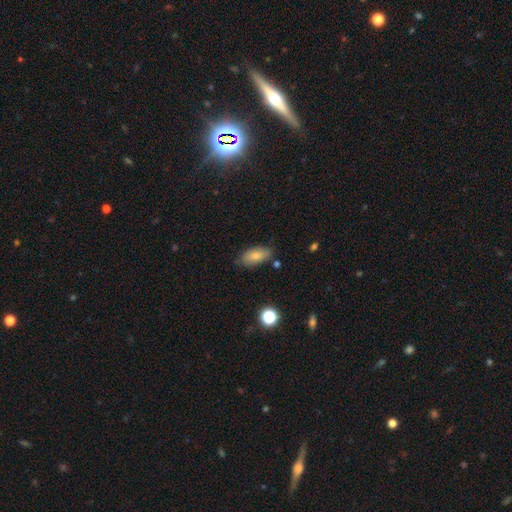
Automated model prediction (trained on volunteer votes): Q: Smooth or featured?
A: smooth (79%); runner-up: featured or disk (13%)
Q: How rounded?
A: in between (88%); runner-up: cigar-shaped (8%)
Q: Merging?
A: none (75%); runner-up: minor disturbance (18%)